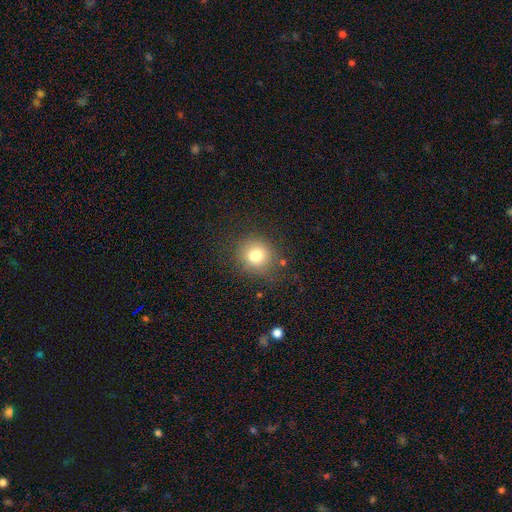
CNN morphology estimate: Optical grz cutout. It shows a smooth galaxy with no disk features (79%) that is round (86%). Merging: none (82%).